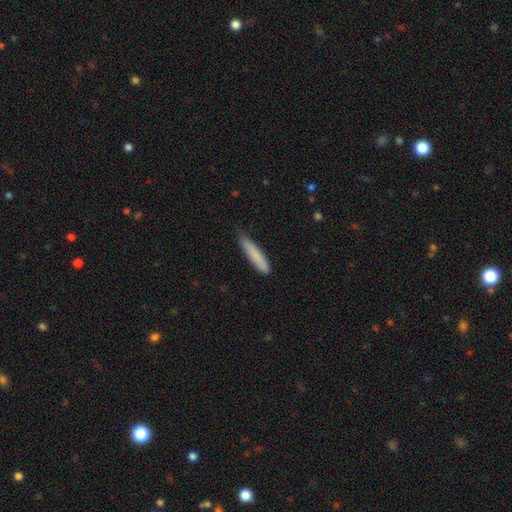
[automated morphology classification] smooth 82%, featured or disk 12%, star or artifact 6%. Down the decision tree: how rounded — cigar-shaped (89%); merging — none (74%).